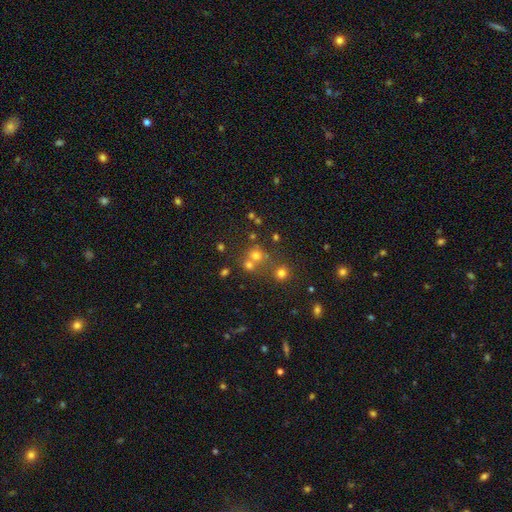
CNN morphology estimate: Smooth or featured: smooth — 60% (star or artifact — 27%)
How rounded: round — 84% (in between — 15%)
Merging: none — 52% (merger — 36%)